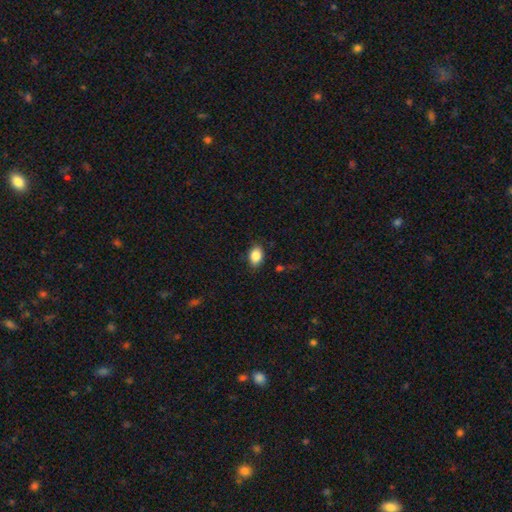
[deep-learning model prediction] Smooth or featured: smooth — 87% (star or artifact — 8%)
How rounded: in between — 84% (round — 15%)
Merging: none — 84% (minor disturbance — 11%)